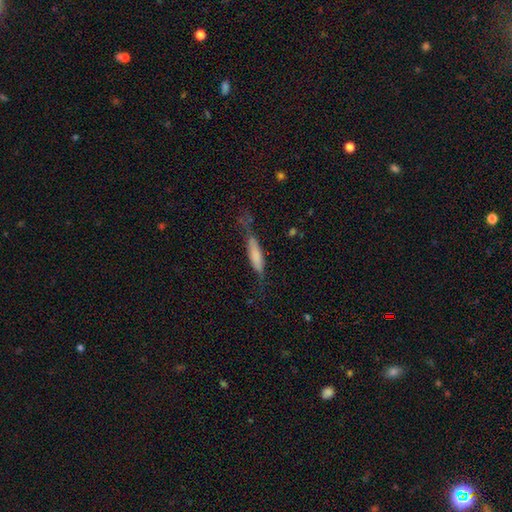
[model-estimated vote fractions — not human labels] This is likely a smooth galaxy (62%). How rounded: likely cigar-shaped (76%). Merging: possibly none (51%).